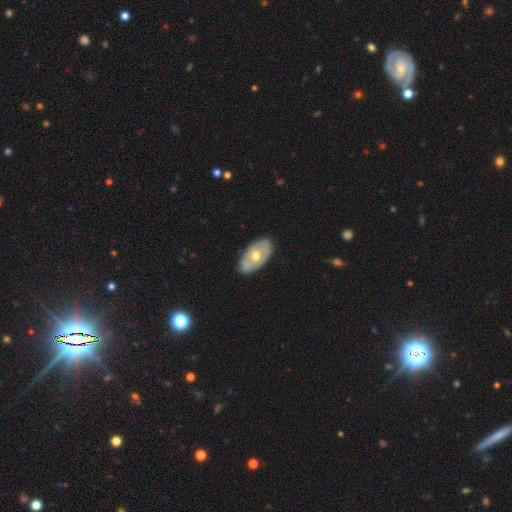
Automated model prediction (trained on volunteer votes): Morphology: type=featured or disk (52%); edge-on=no (87%); merging=none (81%).